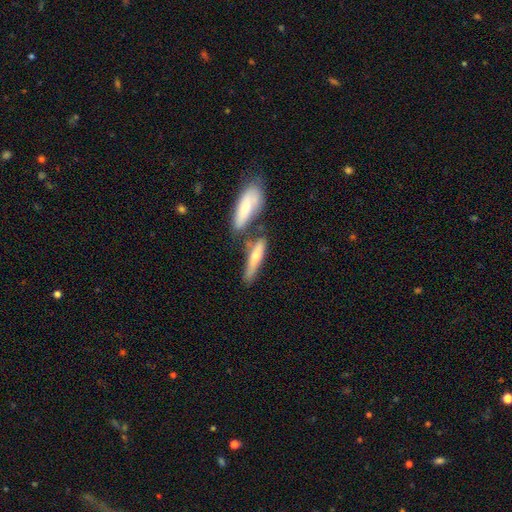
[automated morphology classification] This appears to be a smooth galaxy with no disk features (49%). Merging: none (54%).